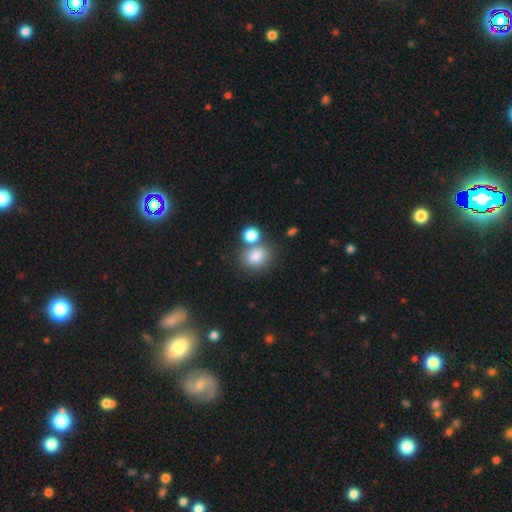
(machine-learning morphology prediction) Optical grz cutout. It shows a smooth galaxy with no disk features (83%) that is round (52%). Merging: none (53%).